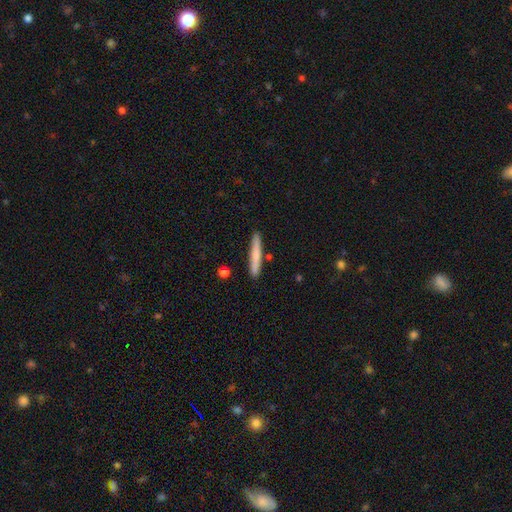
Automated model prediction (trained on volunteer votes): Morphology: type=smooth (67%); roundness=cigar-shaped (95%); merging=none (88%).